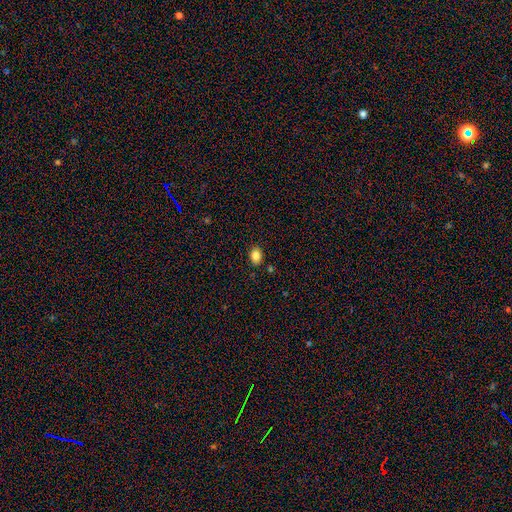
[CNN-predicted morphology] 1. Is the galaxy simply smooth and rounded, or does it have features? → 85% smooth, 10% star or artifact, 5% featured or disk.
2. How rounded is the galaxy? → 67% in between, 32% round, 1% cigar-shaped.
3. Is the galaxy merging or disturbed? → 86% none, 10% minor disturbance, 2% major disturbance, 2% merger.